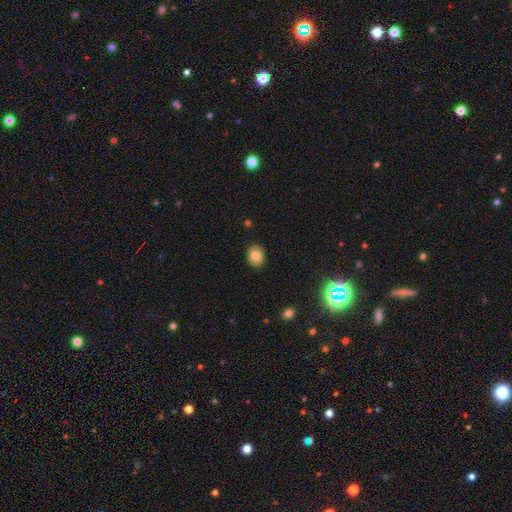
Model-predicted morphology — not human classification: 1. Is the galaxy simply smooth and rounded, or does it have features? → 83% smooth, 9% star or artifact, 8% featured or disk.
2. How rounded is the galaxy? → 53% round, 46% in between, 1% cigar-shaped.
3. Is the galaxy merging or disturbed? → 90% none, 7% minor disturbance, 2% major disturbance, 1% merger.